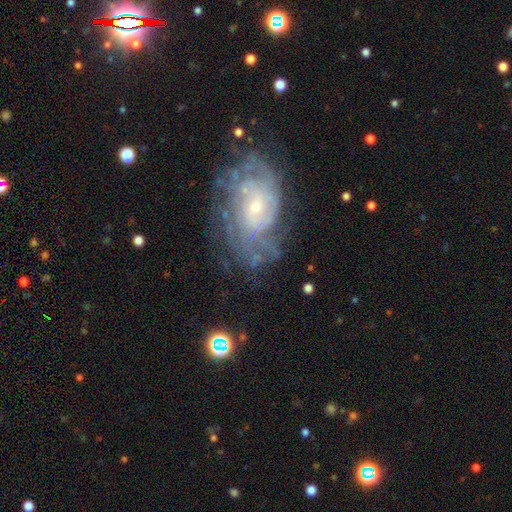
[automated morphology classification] This is likely a featured or disk galaxy (80%). It is clearly not viewed edge-on (96%). Bar: likely no (69%). Spiral arm pattern: clearly yes (90%). Spiral arm count: possibly can't tell (53%). Spiral winding: likely tight (66%). Central bulge: likely small (73%). Merging: likely none (67%).